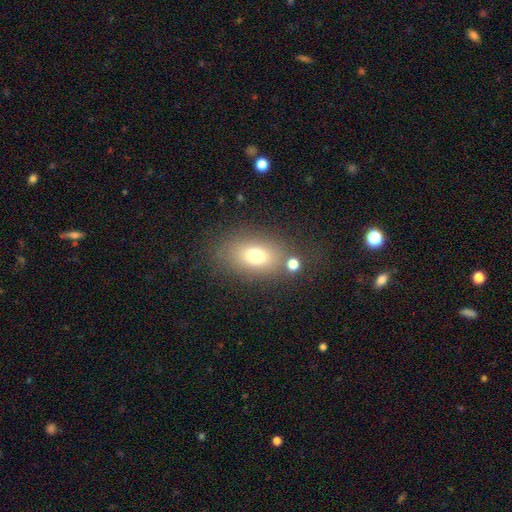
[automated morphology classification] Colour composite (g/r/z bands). It shows a smooth galaxy with no disk features (72%) that is in between round and cigar-shaped (79%). Merging: none (71%).